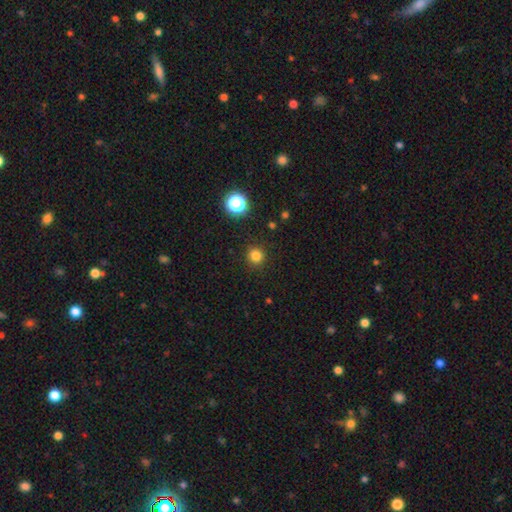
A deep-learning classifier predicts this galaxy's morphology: type=smooth (81%); roundness=round (93%); merging=none (90%).